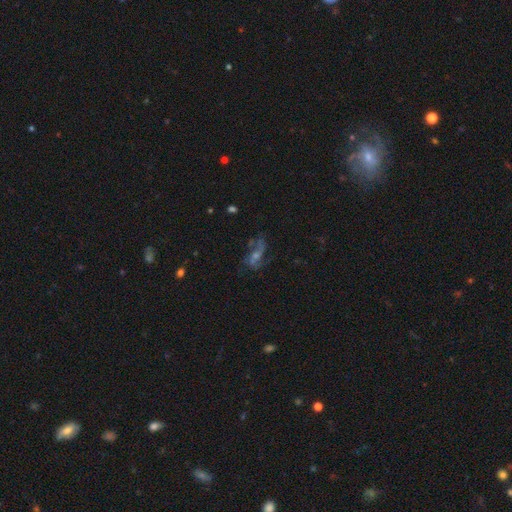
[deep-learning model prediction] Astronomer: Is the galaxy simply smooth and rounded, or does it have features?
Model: featured or disk — 65%.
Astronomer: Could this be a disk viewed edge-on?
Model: no — 92%.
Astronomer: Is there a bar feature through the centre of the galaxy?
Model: no — 52% (runner-up: weak, 36%).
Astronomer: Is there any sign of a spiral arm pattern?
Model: yes — 83%.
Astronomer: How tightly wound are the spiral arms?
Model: loose — 61%.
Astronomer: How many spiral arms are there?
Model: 2 — 68%.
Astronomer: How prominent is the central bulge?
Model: small — 49% (runner-up: moderate, 37%).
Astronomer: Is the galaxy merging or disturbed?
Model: none — 60%.